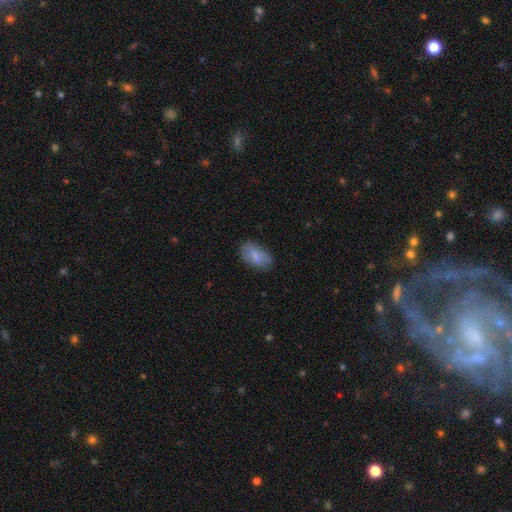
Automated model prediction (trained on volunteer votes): smooth_or_featured: smooth (p=0.77) [alt: featured or disk p=0.15]
how_rounded: in between (p=0.92) [alt: round p=0.06]
merging: none (p=0.68) [alt: minor disturbance p=0.23]